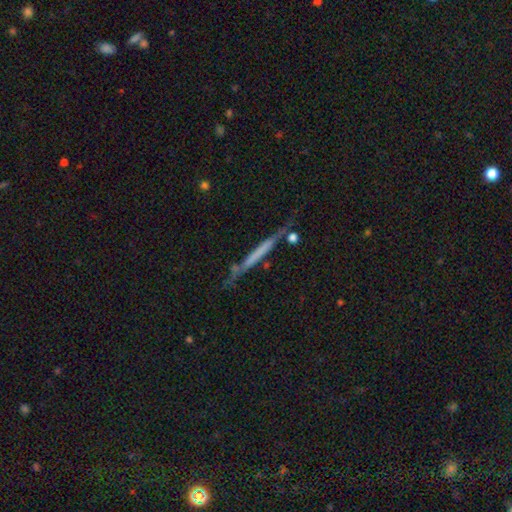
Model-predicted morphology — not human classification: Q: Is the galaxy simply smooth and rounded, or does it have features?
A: featured or disk — 50%.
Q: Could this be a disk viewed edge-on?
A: yes — 93%.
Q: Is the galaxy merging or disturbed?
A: none — 68%.